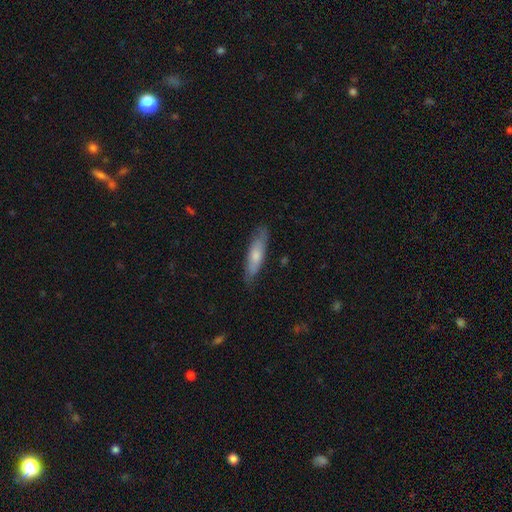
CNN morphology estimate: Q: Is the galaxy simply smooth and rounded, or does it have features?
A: smooth — 65%.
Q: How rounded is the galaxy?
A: cigar-shaped — 69%.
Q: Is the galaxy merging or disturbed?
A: none — 79%.